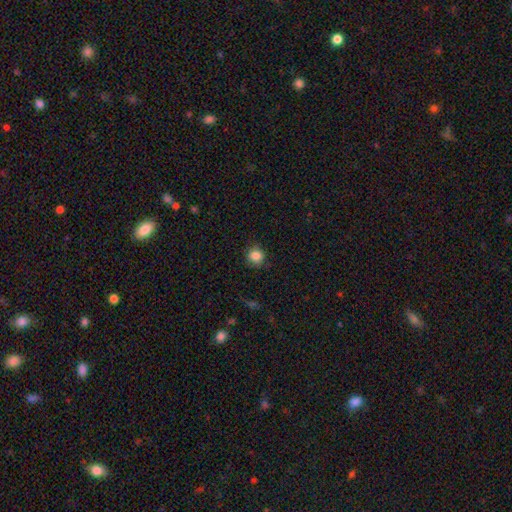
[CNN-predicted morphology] Smooth or featured?
  - smooth: 85% *
  - star or artifact: 10%
  - featured or disk: 5%
How rounded?
  - round: 86% *
  - in between: 13%
  - cigar-shaped: 1%
Merging?
  - none: 81% *
  - minor disturbance: 14%
  - major disturbance: 4%
  - merger: 1%